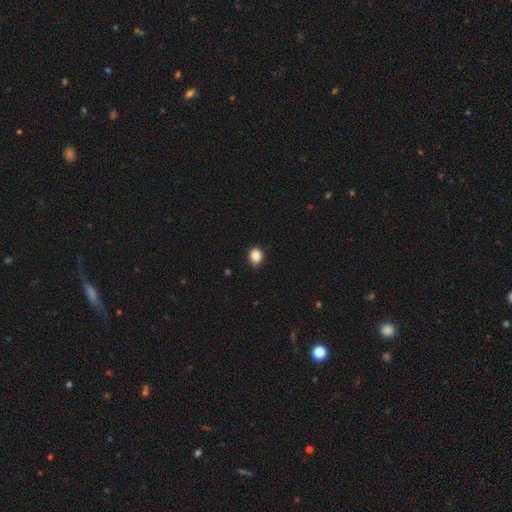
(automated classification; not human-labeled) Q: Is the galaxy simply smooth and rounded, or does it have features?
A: smooth — 87%.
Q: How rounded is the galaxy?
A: round — 68%.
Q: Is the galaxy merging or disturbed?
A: none — 84%.